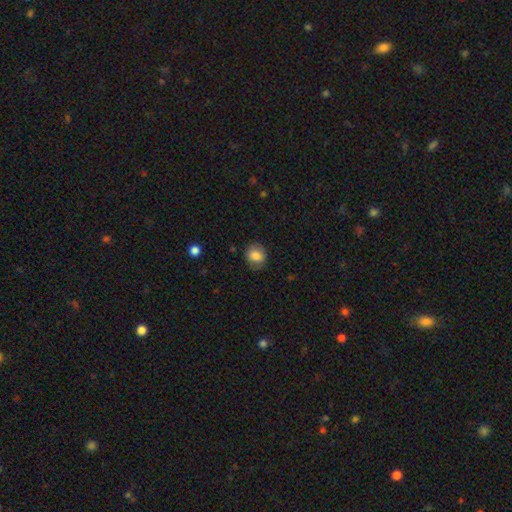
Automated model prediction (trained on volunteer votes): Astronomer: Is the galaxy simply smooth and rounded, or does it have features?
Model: smooth — 83%.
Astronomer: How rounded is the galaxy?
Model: round — 71%.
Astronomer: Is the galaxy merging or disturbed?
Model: none — 83%.